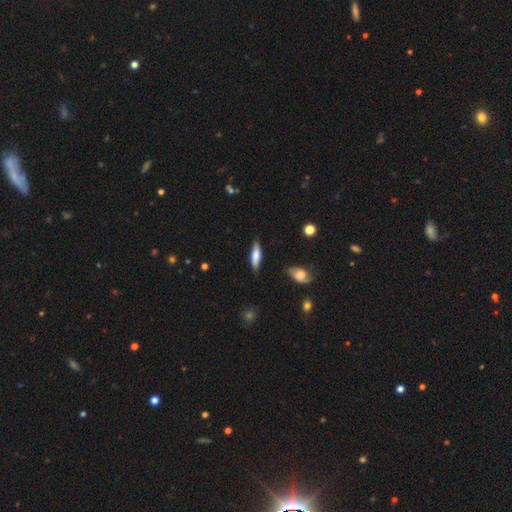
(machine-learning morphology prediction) This is likely a smooth galaxy (73%). How rounded: likely cigar-shaped (66%). Merging: clearly none (84%).